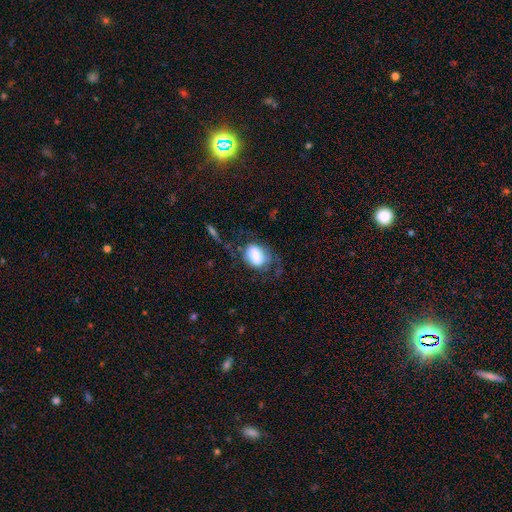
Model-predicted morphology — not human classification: A smooth galaxy with no disk features (68%) that is in between round and cigar-shaped (68%). Merging: none (40%).